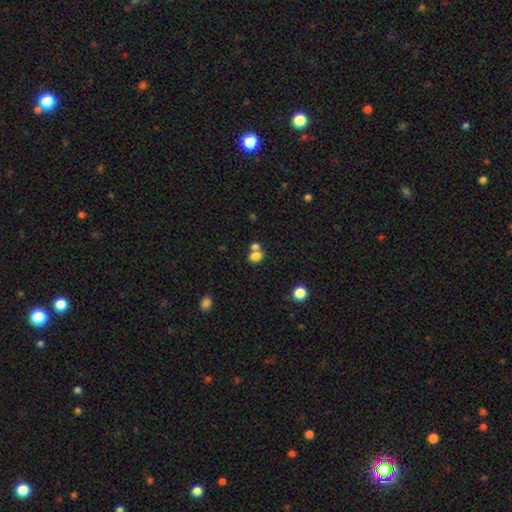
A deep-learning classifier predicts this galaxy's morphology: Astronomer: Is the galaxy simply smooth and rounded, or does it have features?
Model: smooth — 79%.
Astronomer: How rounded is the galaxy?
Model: in between — 57% (runner-up: round, 42%).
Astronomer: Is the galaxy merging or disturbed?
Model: merger — 48% (runner-up: none, 40%).